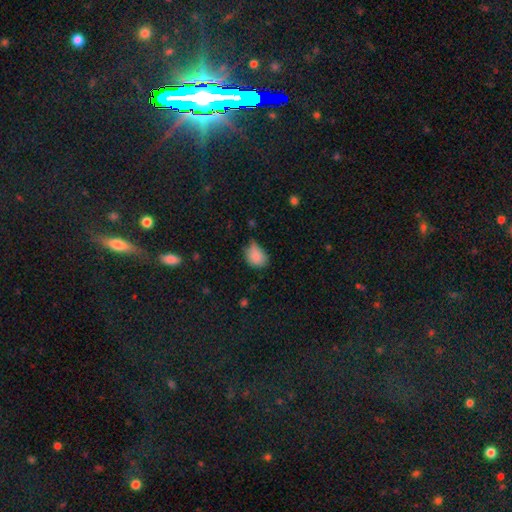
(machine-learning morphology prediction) A smooth galaxy with no disk features (85%) that is in between round and cigar-shaped (62%). Merging: minor disturbance (45%).